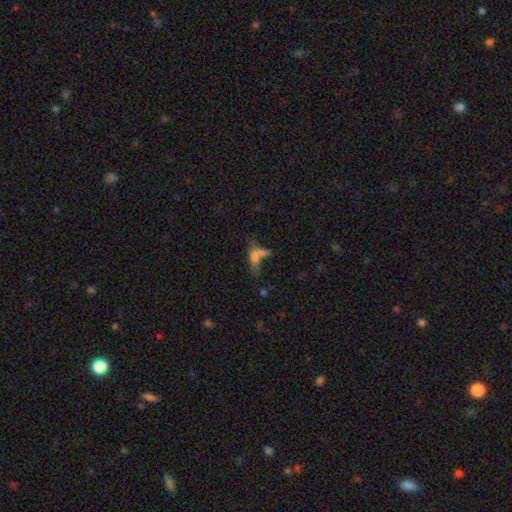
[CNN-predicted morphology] smooth_or_featured: smooth (p=0.57) [alt: featured or disk p=0.25]
how_rounded: in between (p=0.68) [alt: cigar-shaped p=0.24]
merging: merger (p=0.39) [alt: major disturbance p=0.27]